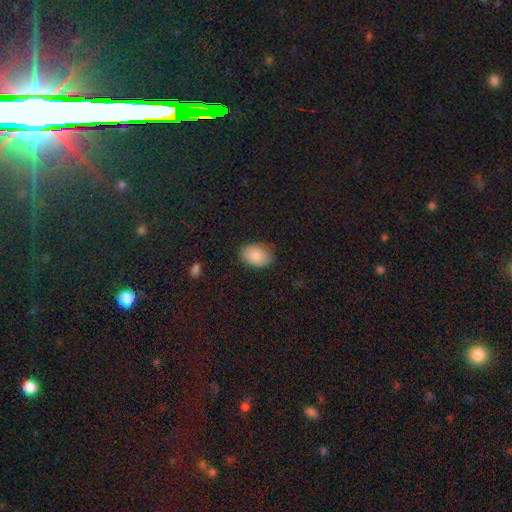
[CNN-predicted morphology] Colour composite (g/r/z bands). It shows a smooth galaxy with no disk features (88%) that is in between round and cigar-shaped (86%). Merging: none (83%).